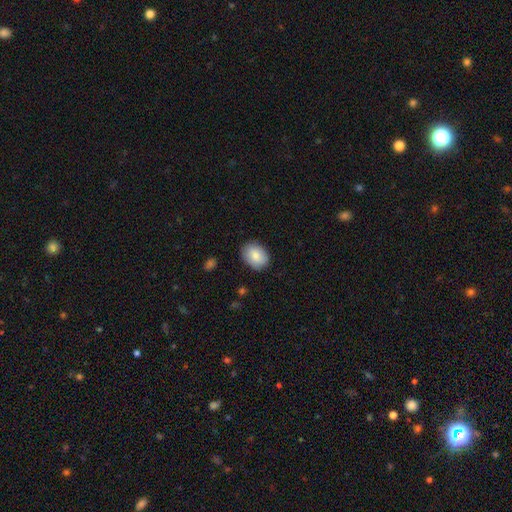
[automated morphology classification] A smooth galaxy with no disk features (83%) that is in between round and cigar-shaped (65%). Merging: none (85%).